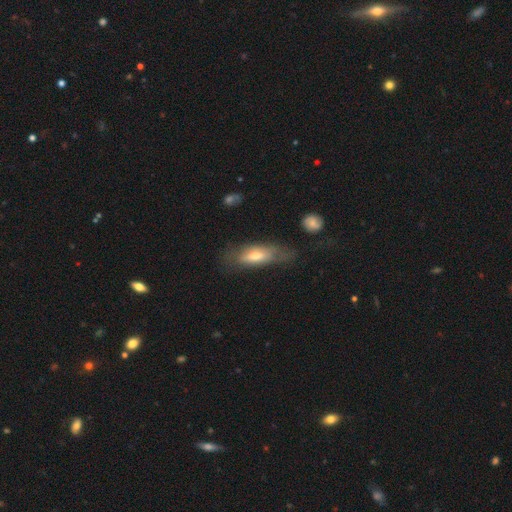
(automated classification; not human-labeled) This appears to be a smooth galaxy with no disk features (57%) that is in between round and cigar-shaped (55%). Merging: none (55%).